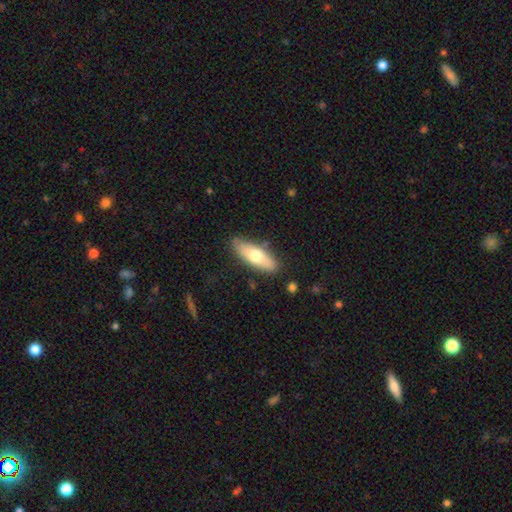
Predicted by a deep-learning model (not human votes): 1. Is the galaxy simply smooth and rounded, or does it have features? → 65% smooth, 29% featured or disk, 6% star or artifact.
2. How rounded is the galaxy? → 59% in between, 39% cigar-shaped, 2% round.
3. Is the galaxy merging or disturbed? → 83% none, 13% minor disturbance, 2% major disturbance, 2% merger.